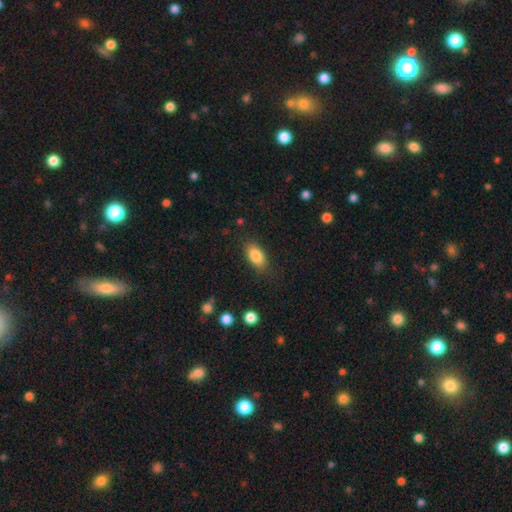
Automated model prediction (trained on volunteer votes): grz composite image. It shows a smooth galaxy with no disk features (85%) that is in between round and cigar-shaped (90%). Merging: none (83%).